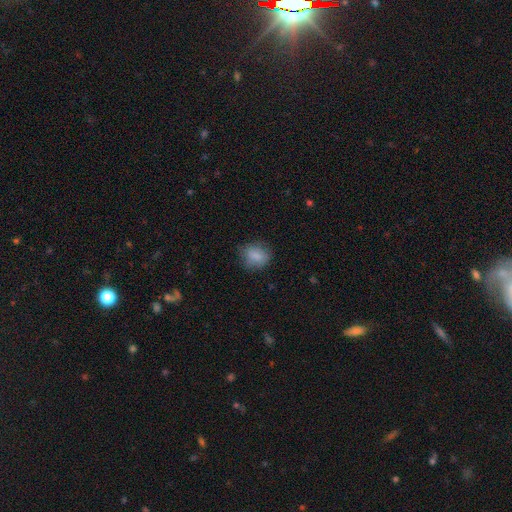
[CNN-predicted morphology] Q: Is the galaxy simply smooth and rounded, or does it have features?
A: smooth — 84%.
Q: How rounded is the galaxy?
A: round — 57%.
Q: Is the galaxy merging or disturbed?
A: none — 71%.